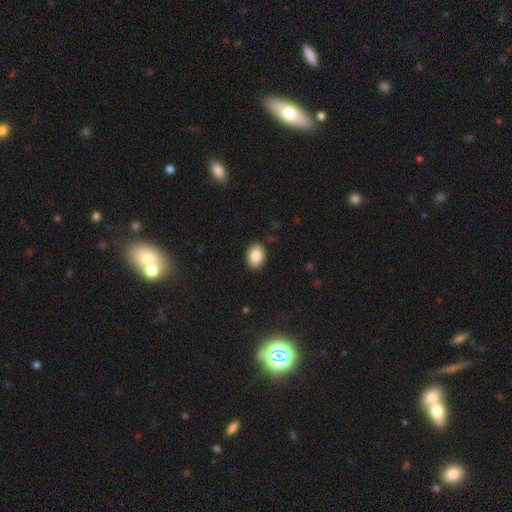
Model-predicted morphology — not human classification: Smooth or featured: smooth — 86% (star or artifact — 8%)
How rounded: in between — 80% (round — 19%)
Merging: none — 89% (minor disturbance — 8%)